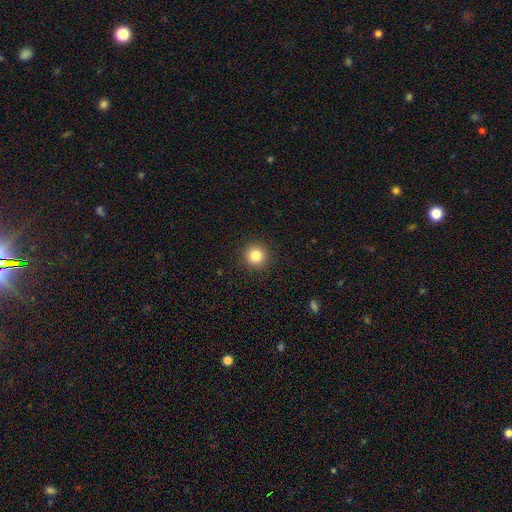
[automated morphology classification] Smooth or featured? smooth (84%)
How rounded? round (95%)
Merging? none (92%)